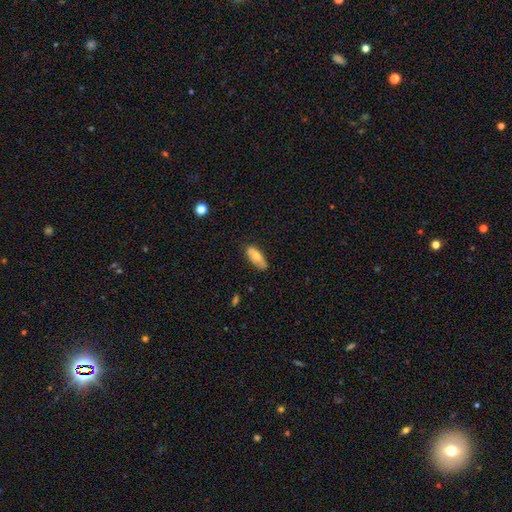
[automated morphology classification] The model was most divided on "smooth or featured": smooth: 65%, featured or disk: 29%, star or artifact: 7%. More confident: how rounded — in between (79%); merging — none (73%).